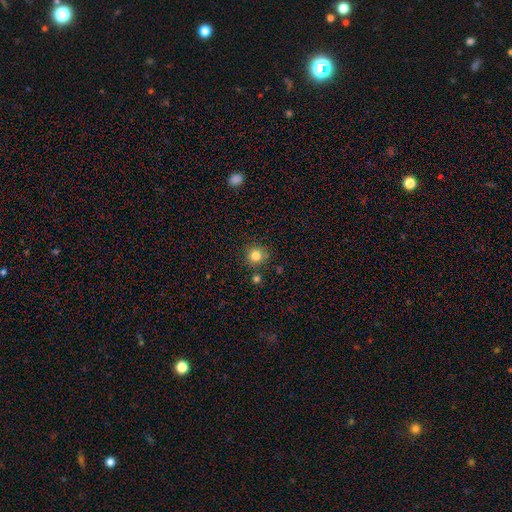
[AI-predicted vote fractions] Morphology: type=smooth (82%); roundness=round (93%); merging=none (82%).